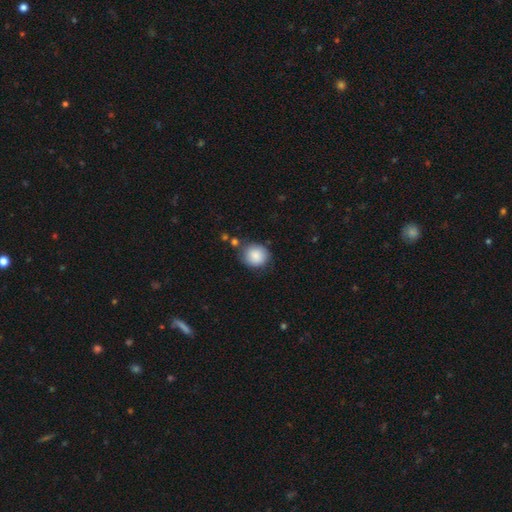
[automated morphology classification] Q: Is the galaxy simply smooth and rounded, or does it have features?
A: smooth — 87%.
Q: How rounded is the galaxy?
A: round — 79%.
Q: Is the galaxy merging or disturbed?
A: none — 71%.